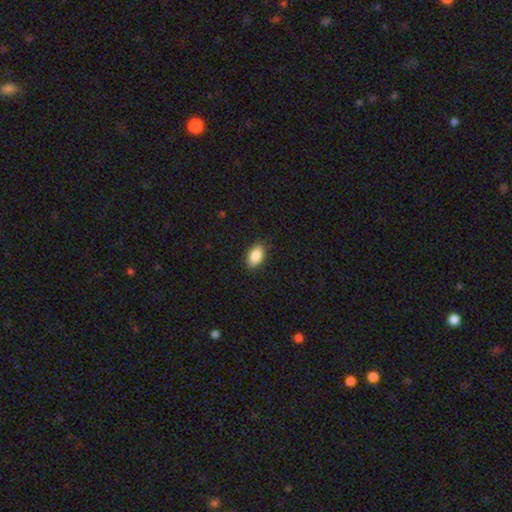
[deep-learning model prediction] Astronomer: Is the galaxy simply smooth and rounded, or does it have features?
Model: smooth — 86%.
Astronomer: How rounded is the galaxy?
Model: in between — 91%.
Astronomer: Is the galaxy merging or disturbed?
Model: none — 87%.